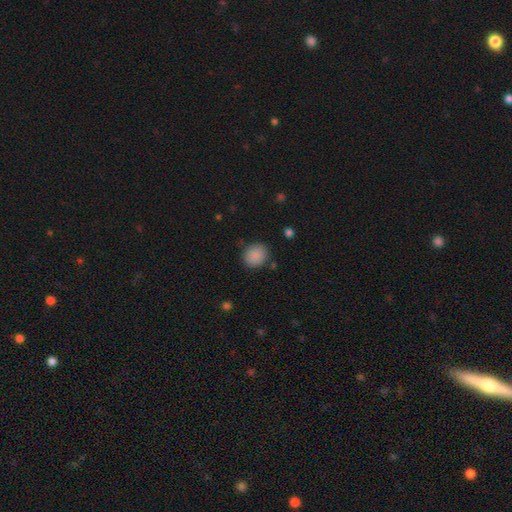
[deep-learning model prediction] A smooth galaxy with no disk features (88%) that is round (74%).

Vote fractions:
- Smooth or featured? smooth: 88% / star or artifact: 8% / featured or disk: 3%
- How rounded? round: 74% / in between: 25% / cigar-shaped: 1%
- Merging? none: 85% / minor disturbance: 10% / major disturbance: 3% / merger: 2%